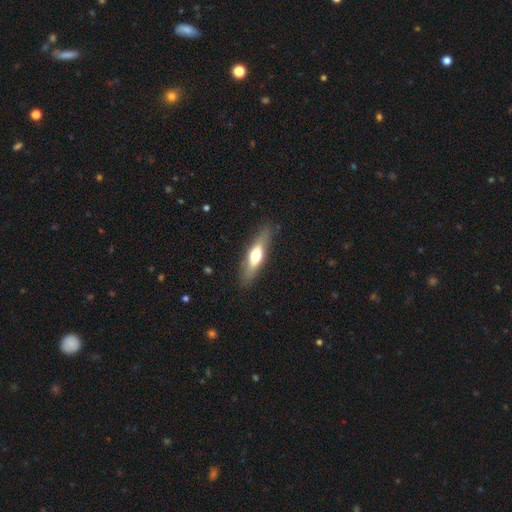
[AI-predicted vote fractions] This appears to be a smooth galaxy with no disk features (50%) that is cigar-shaped (67%). Merging: none (85%).